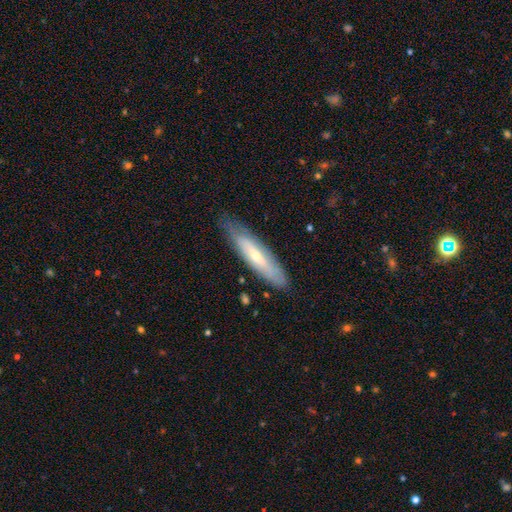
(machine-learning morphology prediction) Overall: smooth (47%, tied with featured or disk). Merging: none (75%).